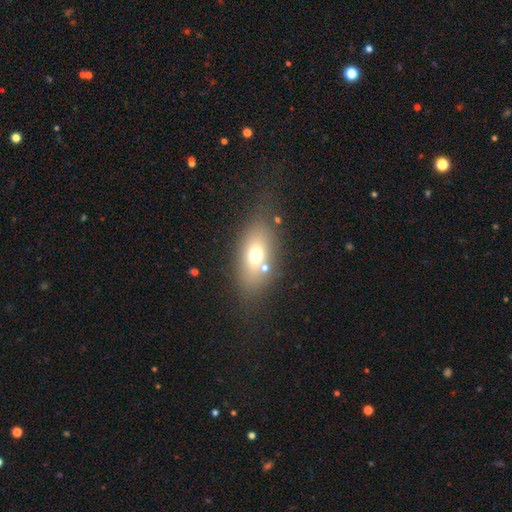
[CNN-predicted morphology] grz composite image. It shows a smooth galaxy with no disk features (66%) that is in between round and cigar-shaped (82%). Merging: none (67%).